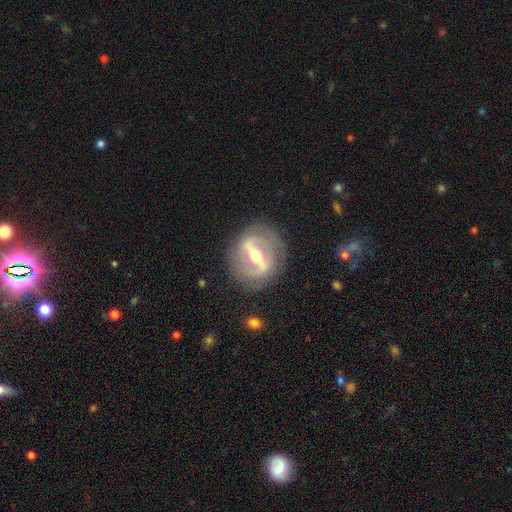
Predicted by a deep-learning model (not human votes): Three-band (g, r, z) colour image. It shows a featured or disk galaxy (84%) with a strong bar (82%), spiral arms (57%) and a moderate central bulge (69%). Merging: none (82%).